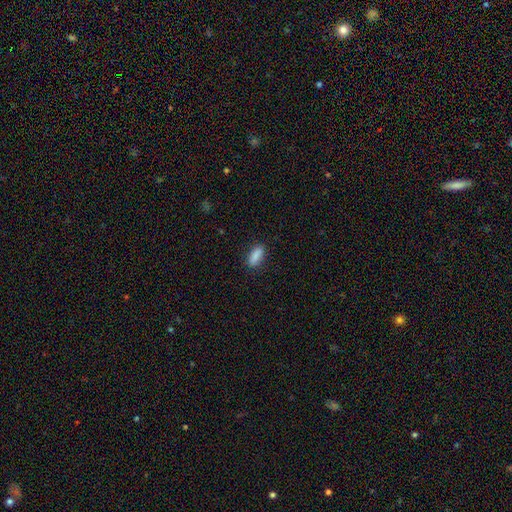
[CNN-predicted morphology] The model was most divided on "how rounded": in between: 64%, cigar-shaped: 33%, round: 3%. More confident: smooth or featured — smooth (88%); merging — none (87%).